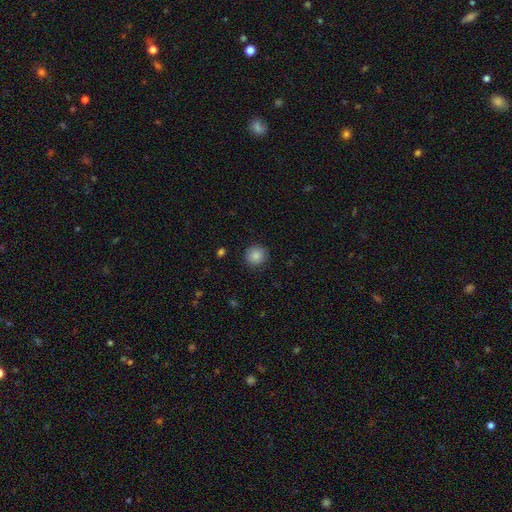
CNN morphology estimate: Smooth or featured?
  - smooth: 86% *
  - star or artifact: 9%
  - featured or disk: 4%
How rounded?
  - round: 92% *
  - in between: 7%
  - cigar-shaped: 1%
Merging?
  - none: 90% *
  - minor disturbance: 7%
  - major disturbance: 2%
  - merger: 1%